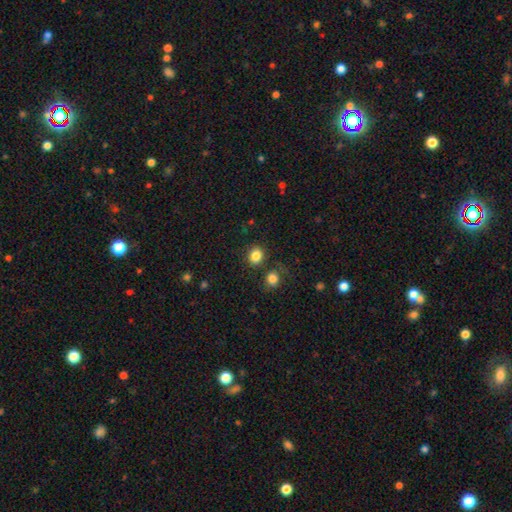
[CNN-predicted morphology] Smooth or featured: smooth — 85% (star or artifact — 10%)
How rounded: round — 69% (in between — 30%)
Merging: none — 80% (minor disturbance — 9%)